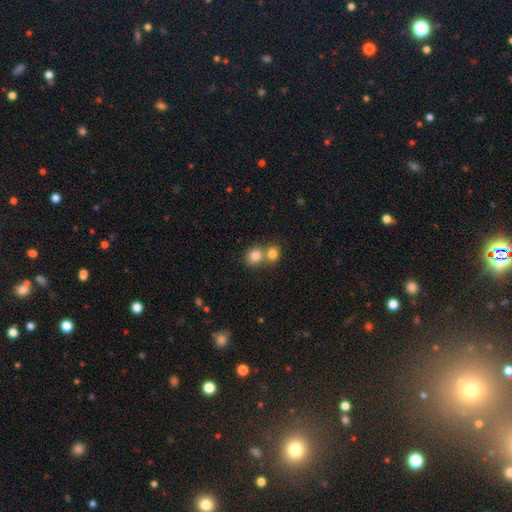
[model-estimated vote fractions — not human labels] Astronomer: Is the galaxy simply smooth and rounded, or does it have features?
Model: smooth — 82%.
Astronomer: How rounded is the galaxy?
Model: round — 78%.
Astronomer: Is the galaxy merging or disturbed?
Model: merger — 49% (runner-up: none, 42%).